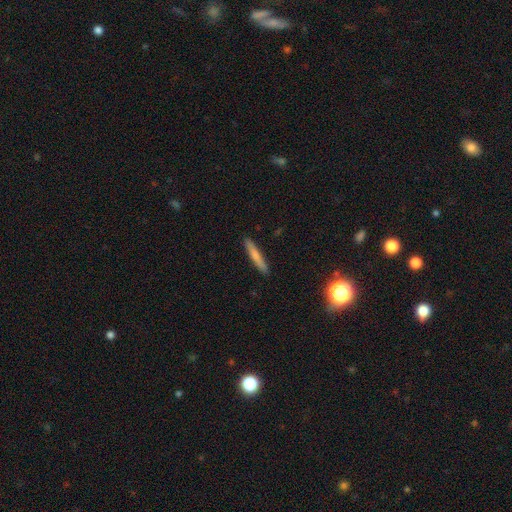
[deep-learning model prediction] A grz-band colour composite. It shows a smooth galaxy with no disk features (72%) that is cigar-shaped (94%). Merging: none (91%).